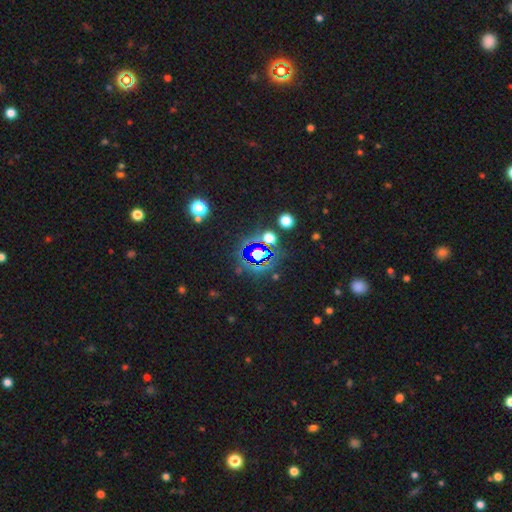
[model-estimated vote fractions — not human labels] The model was most divided on "smooth or featured": star or artifact: 71%, smooth: 18%, featured or disk: 11%.